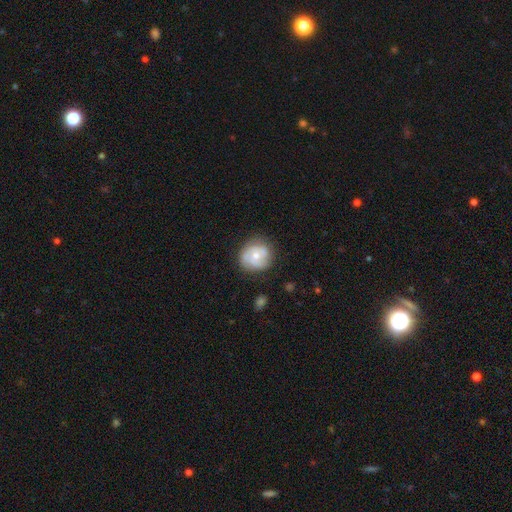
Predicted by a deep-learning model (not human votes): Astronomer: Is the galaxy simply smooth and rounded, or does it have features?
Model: featured or disk — 54% (runner-up: smooth, 39%).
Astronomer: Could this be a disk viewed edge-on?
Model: no — 97%.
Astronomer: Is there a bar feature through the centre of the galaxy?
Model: no — 76%.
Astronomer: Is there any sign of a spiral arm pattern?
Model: yes — 73%.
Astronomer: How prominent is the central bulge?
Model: moderate — 58% (runner-up: small, 38%).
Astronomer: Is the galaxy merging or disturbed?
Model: none — 72%.